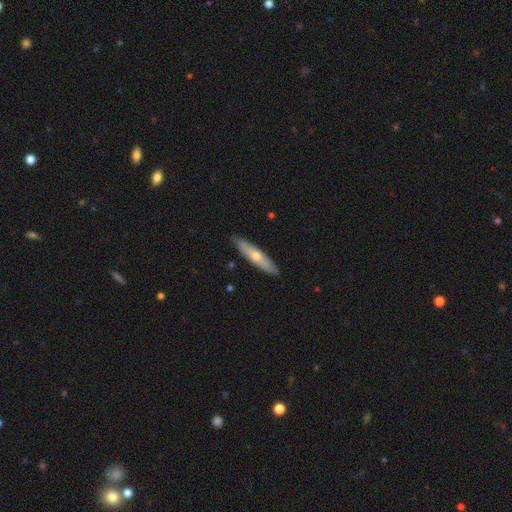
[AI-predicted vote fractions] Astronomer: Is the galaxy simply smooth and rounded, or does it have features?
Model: smooth — 52% (runner-up: featured or disk, 43%).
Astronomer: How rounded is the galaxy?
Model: cigar-shaped — 81%.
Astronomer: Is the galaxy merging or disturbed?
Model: none — 88%.